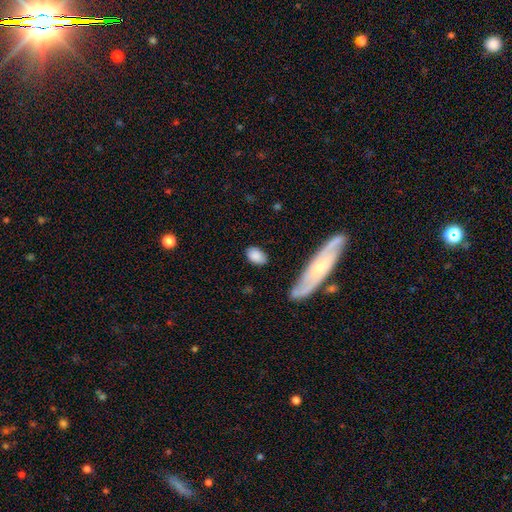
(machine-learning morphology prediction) type=smooth (84%); roundness=in between (89%); merging=none (77%).